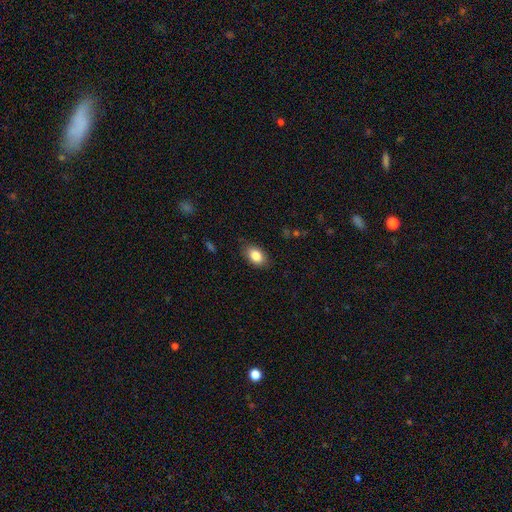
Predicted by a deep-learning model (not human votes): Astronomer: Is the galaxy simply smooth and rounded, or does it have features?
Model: smooth — 85%.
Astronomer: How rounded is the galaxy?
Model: in between — 86%.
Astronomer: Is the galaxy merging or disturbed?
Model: none — 83%.